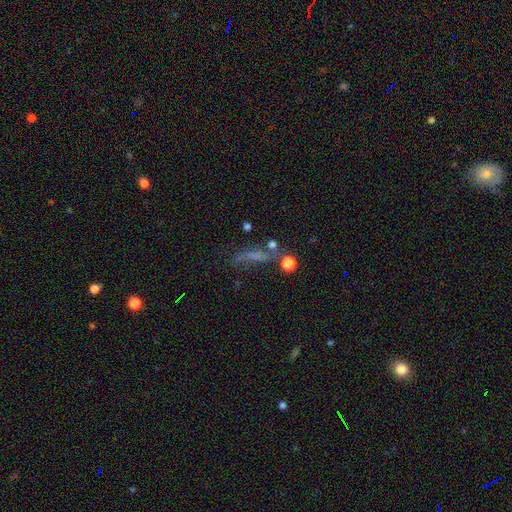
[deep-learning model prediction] A smooth galaxy with no disk features (44%). Merging: none (44%).